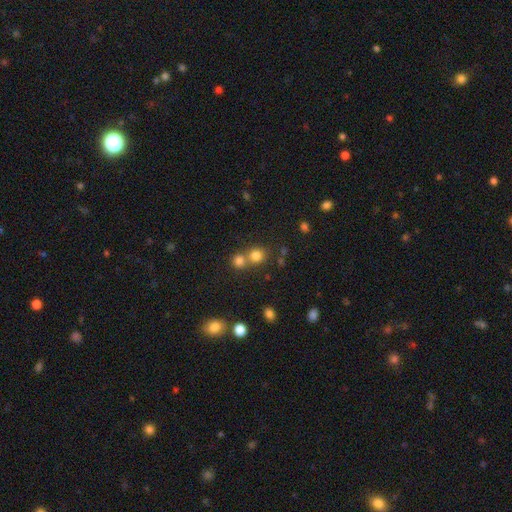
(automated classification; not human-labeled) A smooth galaxy with no disk features (78%) that is round (84%).

Vote fractions:
- Smooth or featured? smooth: 78% / star or artifact: 15% / featured or disk: 7%
- How rounded? round: 84% / in between: 15% / cigar-shaped: 1%
- Merging? none: 50% / merger: 41% / minor disturbance: 6% / major disturbance: 3%